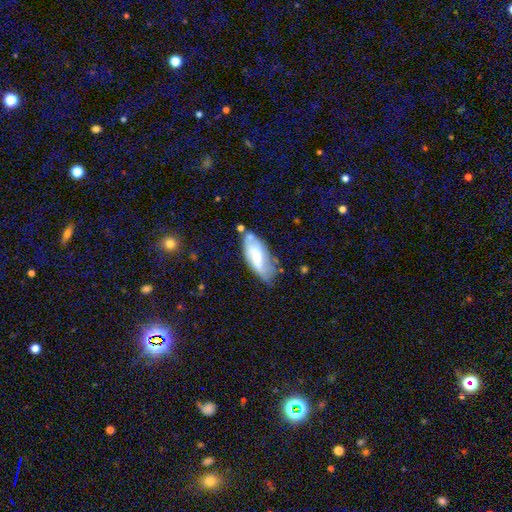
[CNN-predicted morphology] This appears to be a smooth galaxy with no disk features (54%) that is in between round and cigar-shaped (80%). Merging: none (54%).